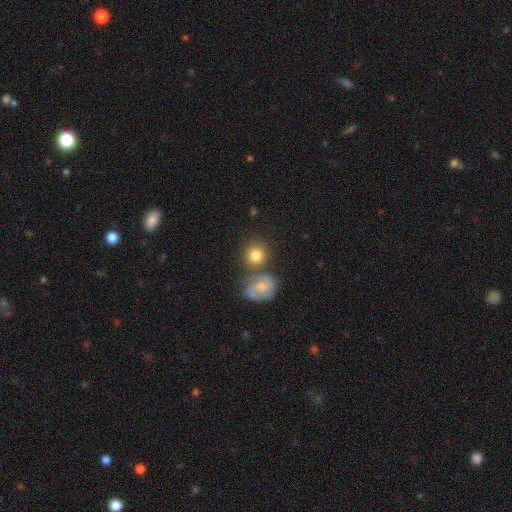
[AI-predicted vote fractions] Smooth or featured?
  - smooth: 79% *
  - featured or disk: 13%
  - star or artifact: 8%
How rounded?
  - round: 87% *
  - in between: 12%
  - cigar-shaped: 1%
Merging?
  - none: 63% *
  - merger: 22%
  - minor disturbance: 11%
  - major disturbance: 4%